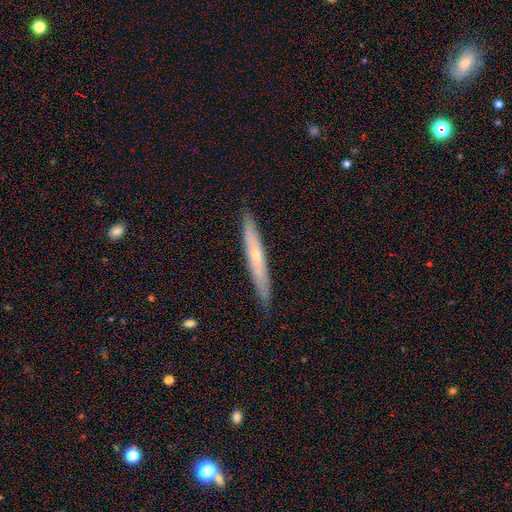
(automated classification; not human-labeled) Overall: featured or disk (56%; smooth 38%). Edge-on disk: yes (89%). Merging: none (88%).